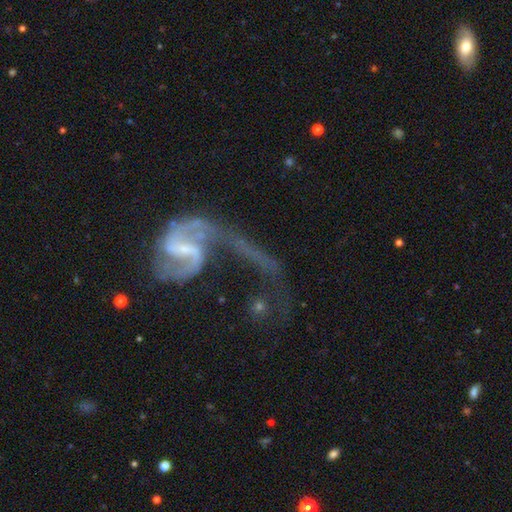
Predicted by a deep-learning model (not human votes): This appears to be a featured or disk galaxy (85%) with a weak bar (45%), 2 (68%) loose (54%) spiral arms (90%) and a small central bulge (52%). Merging: major disturbance (43%).